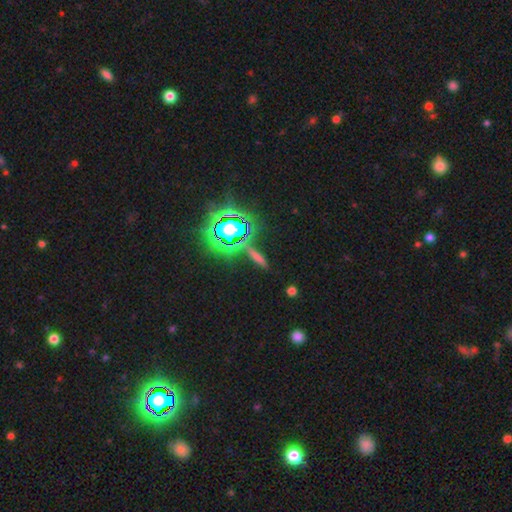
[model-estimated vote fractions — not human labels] smooth-or-featured: star or artifact: 52% | smooth: 28% | featured or disk: 19%